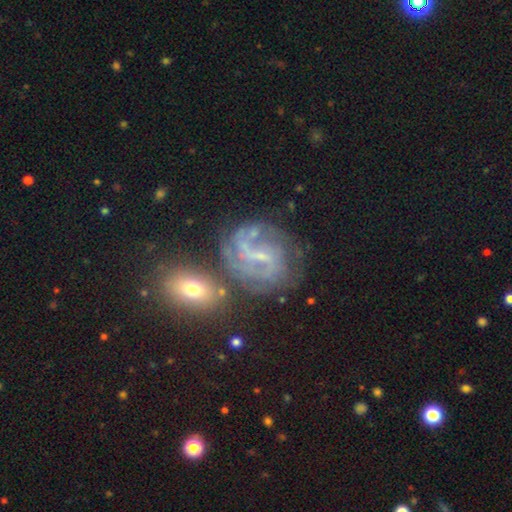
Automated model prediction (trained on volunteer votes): Q: Smooth or featured?
A: featured or disk (78%); runner-up: smooth (11%)
Q: Edge-on disk?
A: no (97%); runner-up: yes (3%)
Q: Bar?
A: weak (50%); runner-up: no (27%)
Q: Spiral arms?
A: yes (89%); runner-up: no (11%)
Q: Spiral winding?
A: medium (41%); runner-up: tight (40%)
Q: Spiral arm count?
A: can't tell (31%); tied with: 2 (31%)
Q: Bulge size?
A: small (67%); runner-up: none (18%)
Q: Merging?
A: none (59%); runner-up: minor disturbance (18%)